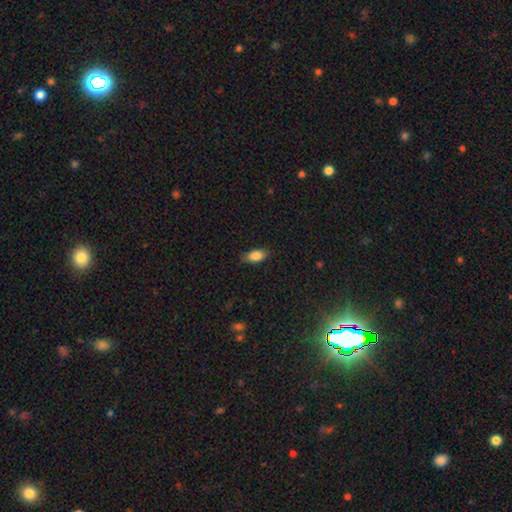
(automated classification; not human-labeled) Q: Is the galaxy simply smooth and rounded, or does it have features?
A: smooth — 84%.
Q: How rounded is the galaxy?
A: in between — 88%.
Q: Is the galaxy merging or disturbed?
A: none — 83%.